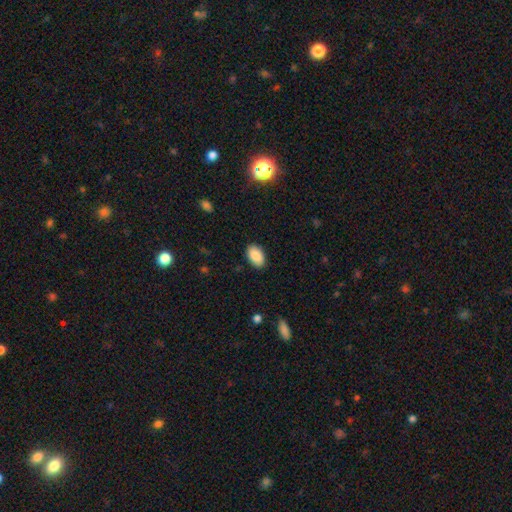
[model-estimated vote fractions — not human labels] This appears to be a smooth galaxy with no disk features (88%) that is in between round and cigar-shaped (93%). Merging: none (88%).